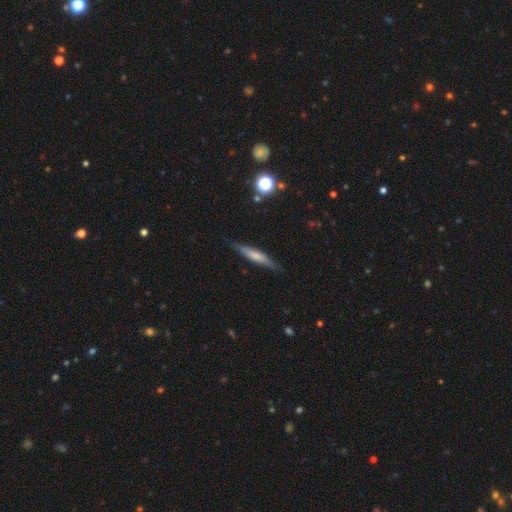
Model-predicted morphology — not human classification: A smooth galaxy with no disk features (53%) that is cigar-shaped (87%). Merging: none (83%).